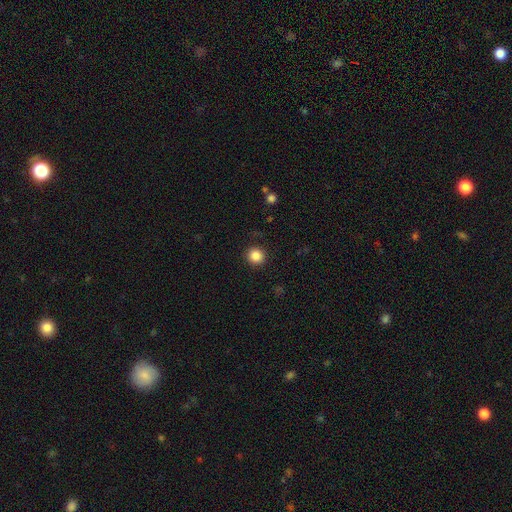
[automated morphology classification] This appears to be a smooth galaxy with no disk features (86%) that is round (93%). Merging: none (91%).